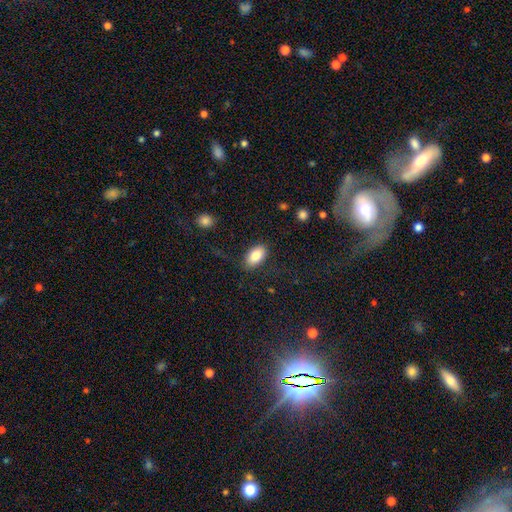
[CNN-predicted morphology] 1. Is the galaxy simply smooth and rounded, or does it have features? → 83% smooth, 10% featured or disk, 7% star or artifact.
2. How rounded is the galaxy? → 93% in between, 5% round, 2% cigar-shaped.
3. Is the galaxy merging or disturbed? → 85% none, 10% minor disturbance, 3% major disturbance, 1% merger.